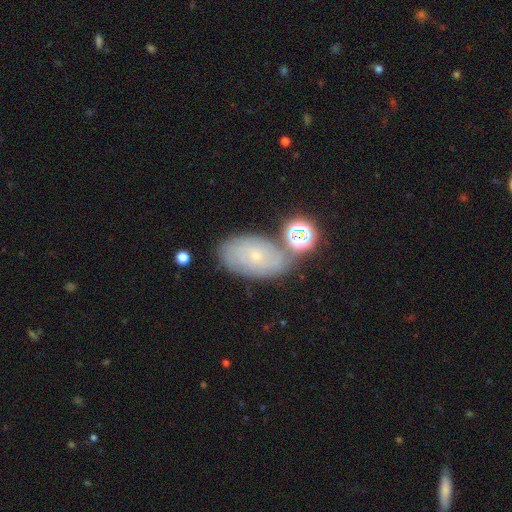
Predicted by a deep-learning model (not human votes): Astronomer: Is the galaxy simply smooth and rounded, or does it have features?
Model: smooth — 43% (runner-up: featured or disk, 41%).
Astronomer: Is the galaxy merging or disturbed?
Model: none — 70%.